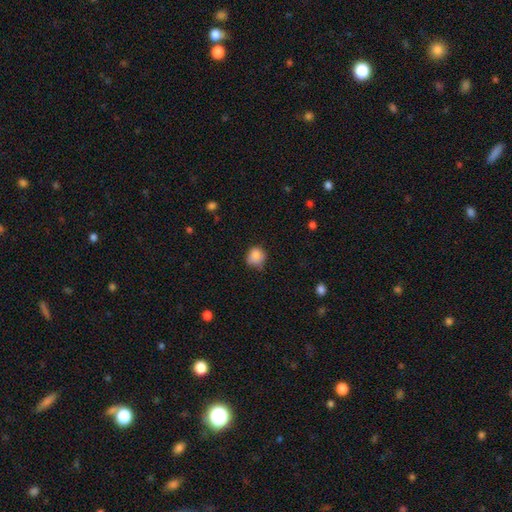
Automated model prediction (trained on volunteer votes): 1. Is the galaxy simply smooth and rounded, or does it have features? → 84% smooth, 10% star or artifact, 7% featured or disk.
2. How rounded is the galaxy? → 75% round, 24% in between, 1% cigar-shaped.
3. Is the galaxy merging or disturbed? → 56% none, 34% minor disturbance, 8% major disturbance, 2% merger.